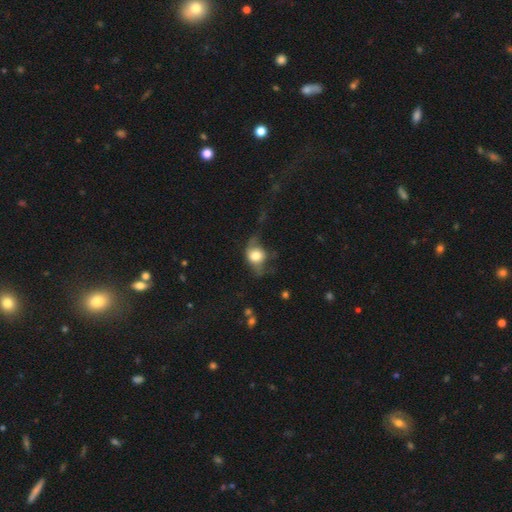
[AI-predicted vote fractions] Smooth or featured: smooth — 66% (featured or disk — 25%)
How rounded: round — 54% (in between — 44%)
Merging: major disturbance — 35% (none — 34%)